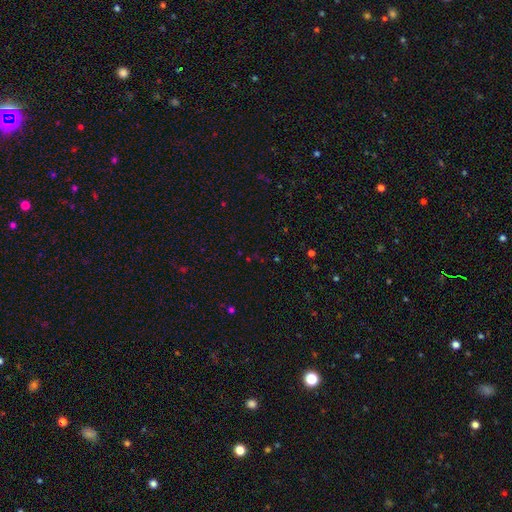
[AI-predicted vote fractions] Morphology: type=star or artifact (65%).